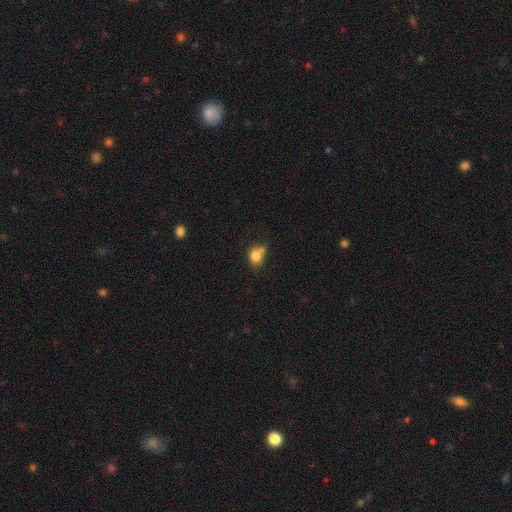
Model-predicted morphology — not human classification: Smooth or featured: smooth — 79% (featured or disk — 11%)
How rounded: round — 65% (in between — 34%)
Merging: none — 45% (merger — 33%)